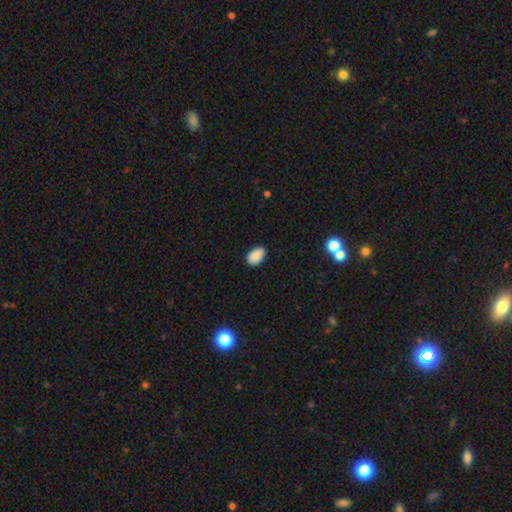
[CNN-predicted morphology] smooth 90%, star or artifact 8%, featured or disk 3%. Down the decision tree: how rounded — in between (91%); merging — none (85%).